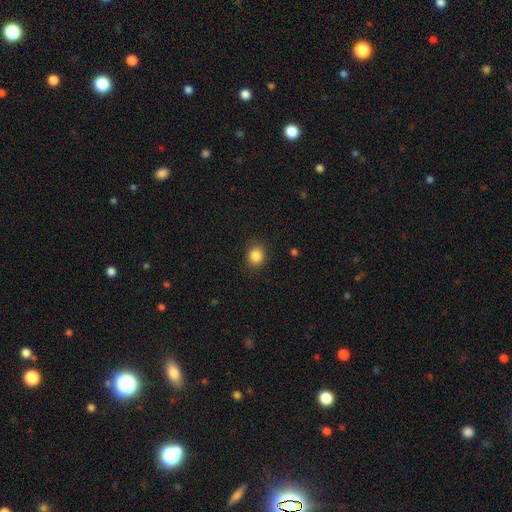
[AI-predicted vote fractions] Smooth or featured: smooth — 86% (star or artifact — 10%)
How rounded: round — 75% (in between — 24%)
Merging: none — 88% (minor disturbance — 9%)